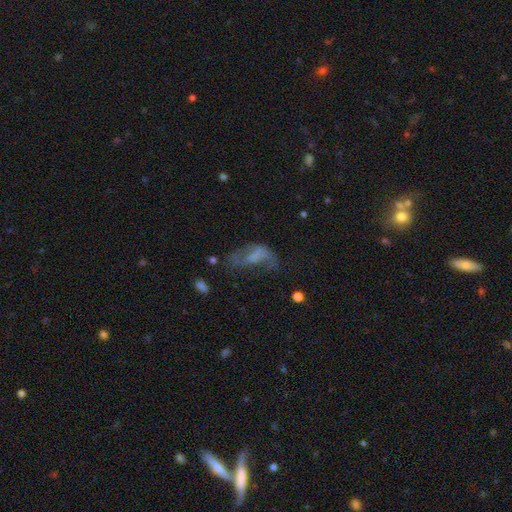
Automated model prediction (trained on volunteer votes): Smooth or featured: featured or disk — 49% (smooth — 37%)
Merging: major disturbance — 42% (none — 31%)